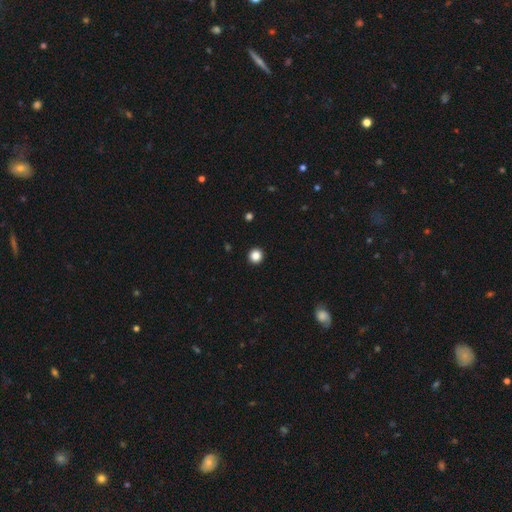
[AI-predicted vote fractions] A smooth galaxy with no disk features (86%) that is round (96%).

Vote fractions:
- Smooth or featured? smooth: 86% / star or artifact: 11% / featured or disk: 3%
- How rounded? round: 96% / in between: 3% / cigar-shaped: 1%
- Merging? none: 94% / minor disturbance: 3% / major disturbance: 1% / merger: 1%